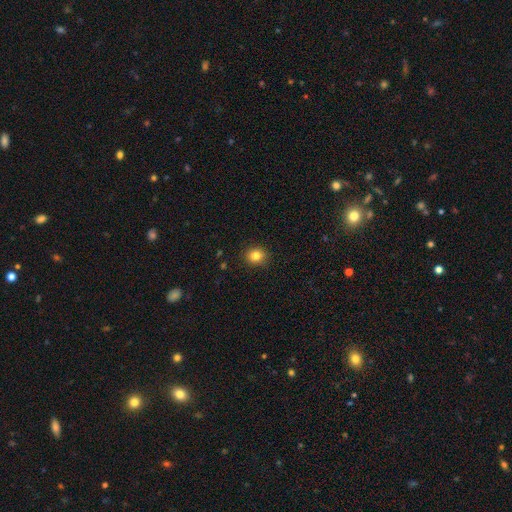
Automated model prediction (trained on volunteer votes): The model was most divided on "how rounded": round: 81%, in between: 18%, cigar-shaped: 1%. More confident: merging — none (90%); smooth or featured — smooth (83%).